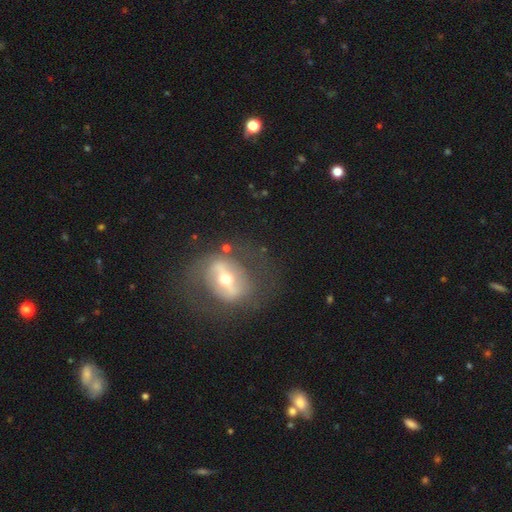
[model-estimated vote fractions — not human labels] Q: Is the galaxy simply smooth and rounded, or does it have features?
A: featured or disk — 62%.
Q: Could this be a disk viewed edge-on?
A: no — 91%.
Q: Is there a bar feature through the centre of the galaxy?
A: weak — 36%.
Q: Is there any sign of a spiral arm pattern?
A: yes — 52%.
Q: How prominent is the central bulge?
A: moderate — 52%.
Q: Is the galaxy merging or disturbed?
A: none — 70%.